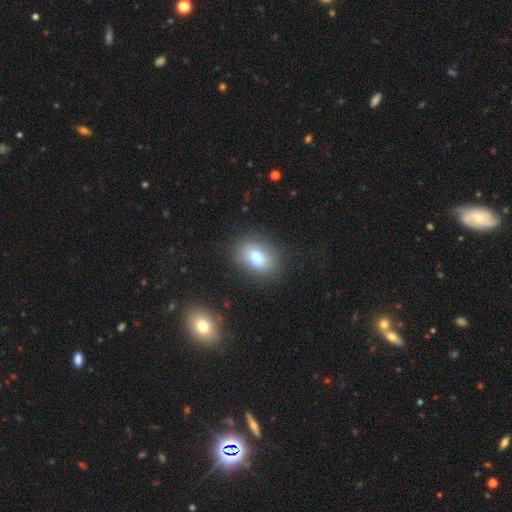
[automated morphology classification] Smooth or featured? smooth (77%)
How rounded? in between (74%)
Merging? none (83%)